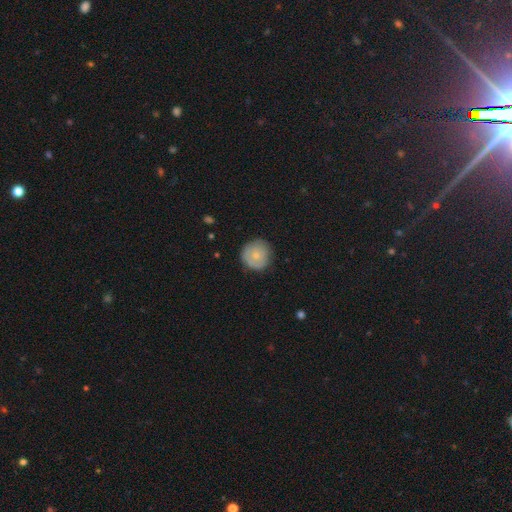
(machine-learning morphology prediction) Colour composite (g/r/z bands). It shows a smooth galaxy with no disk features (64%) that is round (93%). Merging: none (80%).